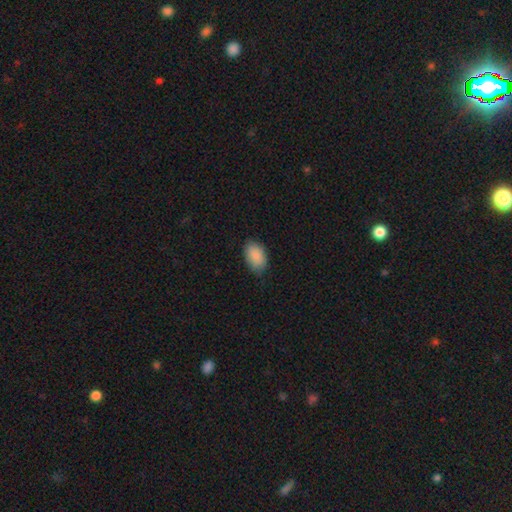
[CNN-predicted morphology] Smooth or featured? Predicted: smooth (p=0.90). How rounded? Predicted: in between (p=0.90). Merging? Predicted: none (p=0.80).